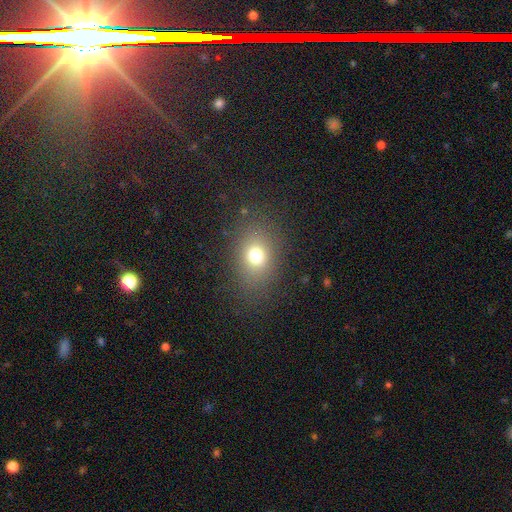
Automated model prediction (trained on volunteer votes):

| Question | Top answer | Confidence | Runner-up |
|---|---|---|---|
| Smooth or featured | smooth | 73% | star or artifact (16%) |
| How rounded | in between | 57% | round (42%) |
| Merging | none | 83% | minor disturbance (10%) |